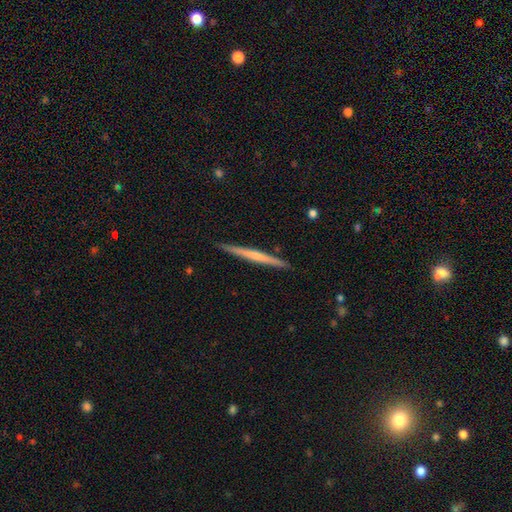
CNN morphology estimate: Smooth or featured? Predicted: featured or disk (p=0.60). Edge-on disk? Predicted: yes (p=0.98). Edge-on bulge? Predicted: none (p=0.58). Merging? Predicted: none (p=0.91).